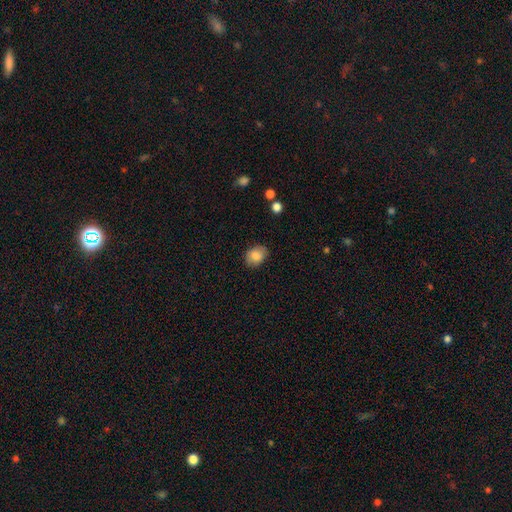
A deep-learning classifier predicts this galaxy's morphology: smooth-or-featured: smooth: 85% | star or artifact: 8% | featured or disk: 7%
  how-rounded: in between: 62% | round: 37% | cigar-shaped: 1%
  merging: none: 84% | minor disturbance: 12% | major disturbance: 3% | merger: 1%